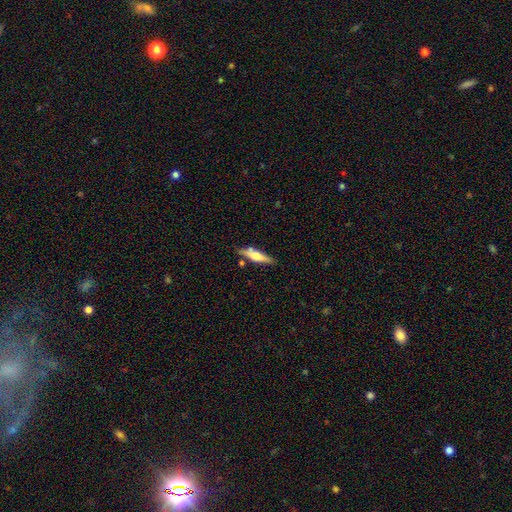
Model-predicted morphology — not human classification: Q: Smooth or featured?
A: featured or disk (48%); runner-up: smooth (46%)
Q: Merging?
A: none (78%); runner-up: minor disturbance (13%)